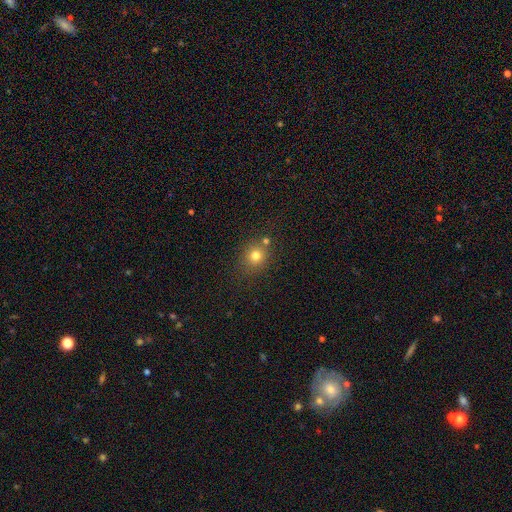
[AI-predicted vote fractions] This is likely a smooth galaxy (77%). How rounded: clearly round (83%). Merging: likely none (72%).